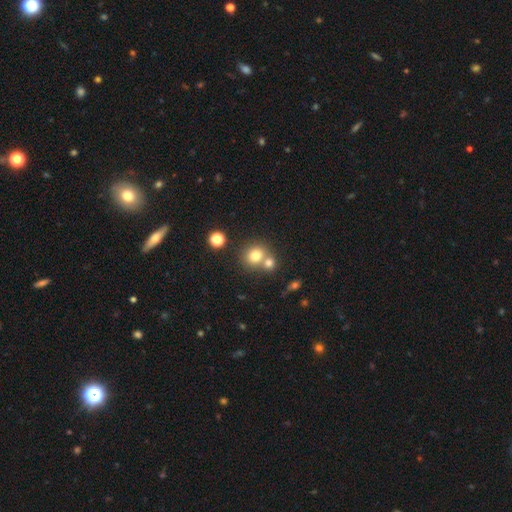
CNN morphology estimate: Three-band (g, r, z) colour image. It shows a smooth galaxy with no disk features (76%) that is round (82%). Merging: none (51%).